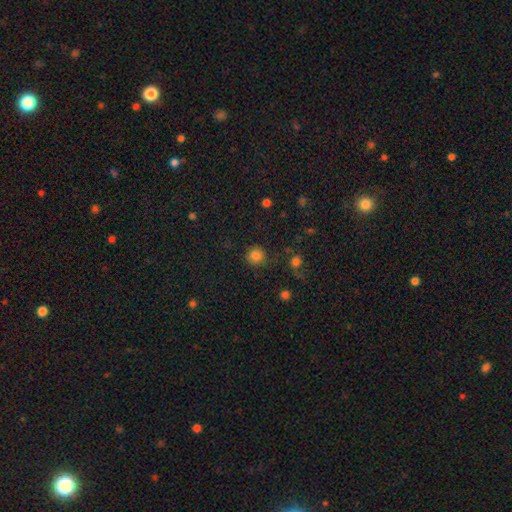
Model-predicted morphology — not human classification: This appears to be a smooth galaxy with no disk features (82%) that is round (91%). Merging: none (84%).